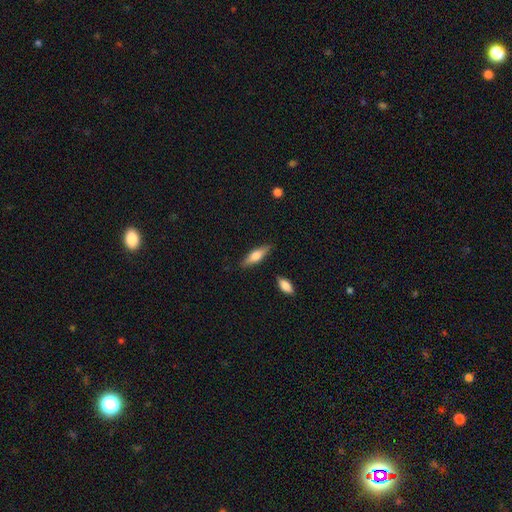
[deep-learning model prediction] The model was most divided on "smooth or featured": smooth: 54%, featured or disk: 40%, star or artifact: 6%. More confident: merging — none (85%); how rounded — cigar-shaped (58%).